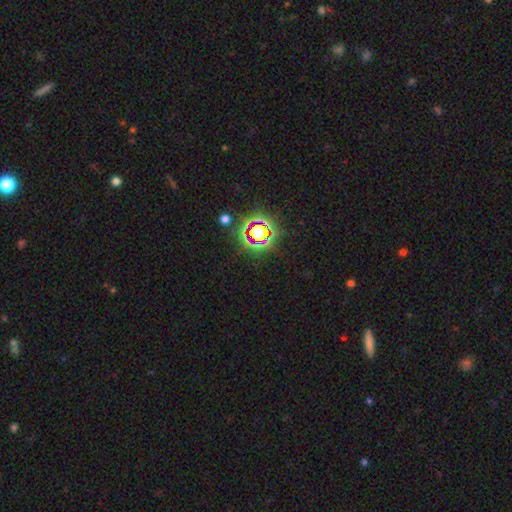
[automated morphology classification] Smooth or featured? Predicted: star or artifact (p=0.78).